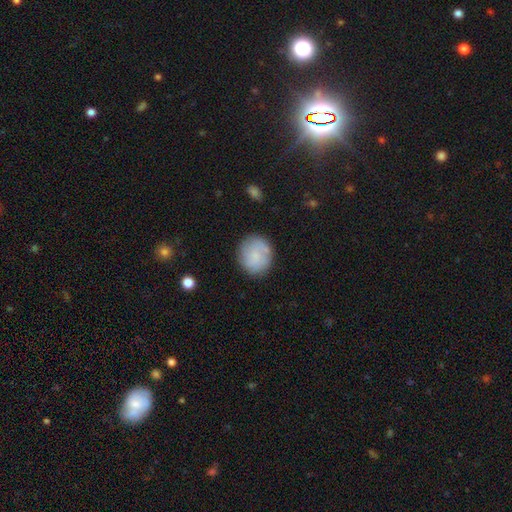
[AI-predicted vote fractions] Smooth or featured: smooth — 70% (featured or disk — 23%)
How rounded: round — 85% (in between — 14%)
Merging: none — 81% (minor disturbance — 13%)